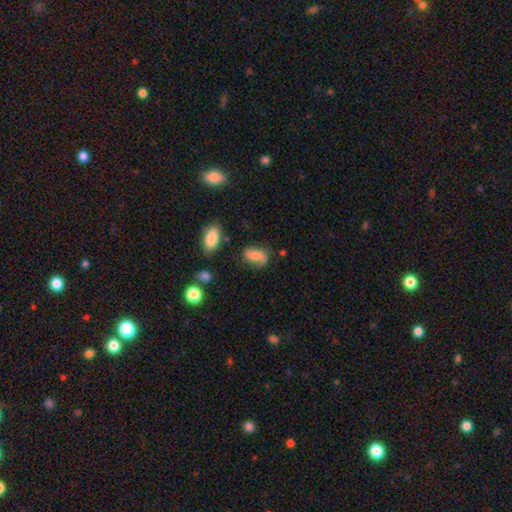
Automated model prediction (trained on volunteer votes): This appears to be a smooth galaxy with no disk features (60%) that is in between round and cigar-shaped (87%). Merging: none (54%).